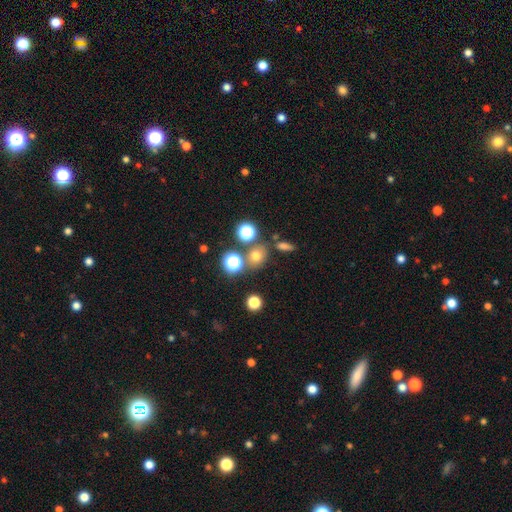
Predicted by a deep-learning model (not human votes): This appears to be a smooth galaxy with no disk features (64%) that is round (67%). Merging: none (72%).